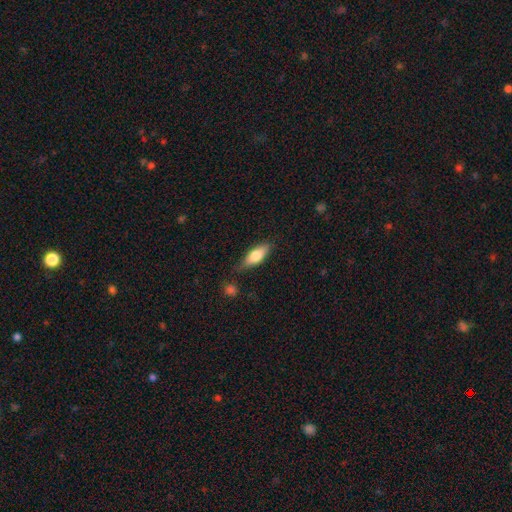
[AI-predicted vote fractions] Overall: smooth (71%). How rounded: in between (67%; cigar-shaped 30%). Merging: none (73%).